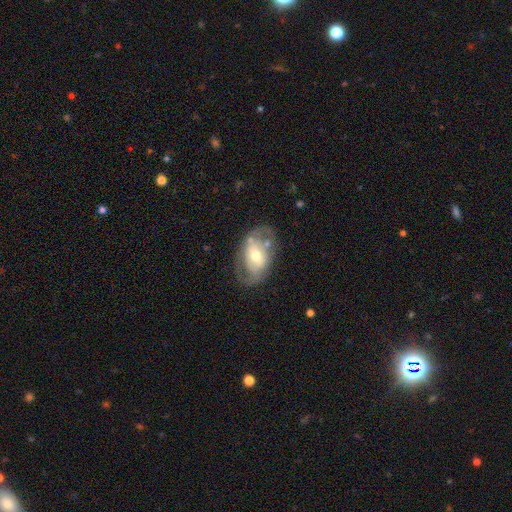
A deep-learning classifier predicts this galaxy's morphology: Smooth or featured? Predicted: featured or disk (p=0.61). Edge-on disk? Predicted: no (p=0.93). Bar? Predicted: no (p=0.45). Spiral arms? Predicted: yes (p=0.50, tied with no). Bulge size? Predicted: moderate (p=0.66). Merging? Predicted: none (p=0.61).